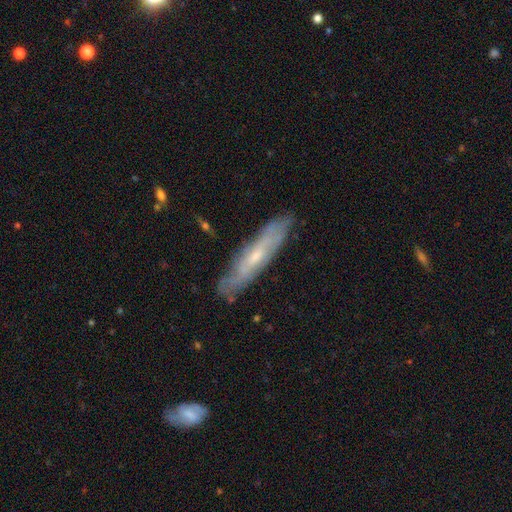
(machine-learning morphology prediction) Smooth or featured? featured or disk (63%)
Edge-on disk? yes (53%)
Merging? none (81%)